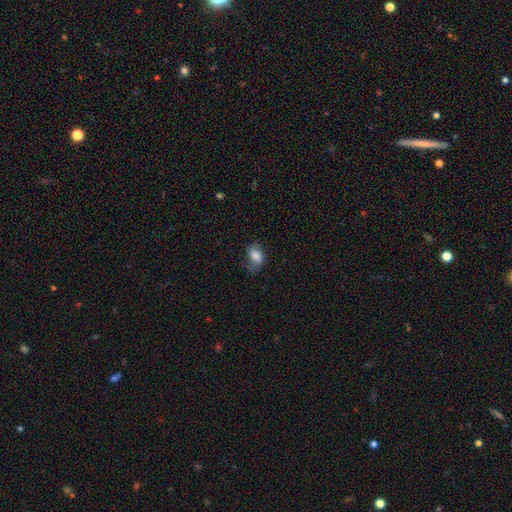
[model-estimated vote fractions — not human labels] Smooth or featured? Predicted: smooth (p=0.77). How rounded? Predicted: in between (p=0.85). Merging? Predicted: none (p=0.55).